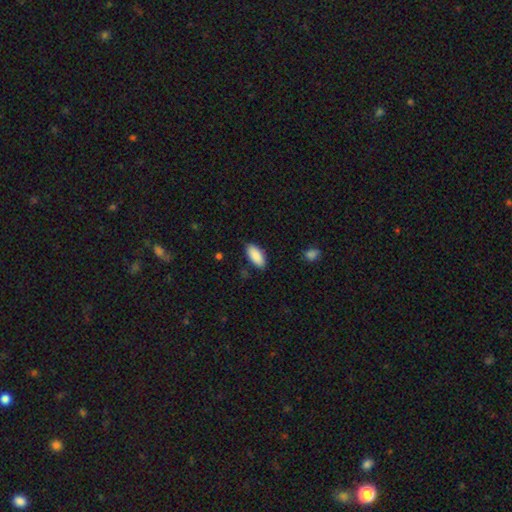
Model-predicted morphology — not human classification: This is clearly a smooth galaxy (90%). How rounded: clearly in between (90%). Merging: clearly none (84%).